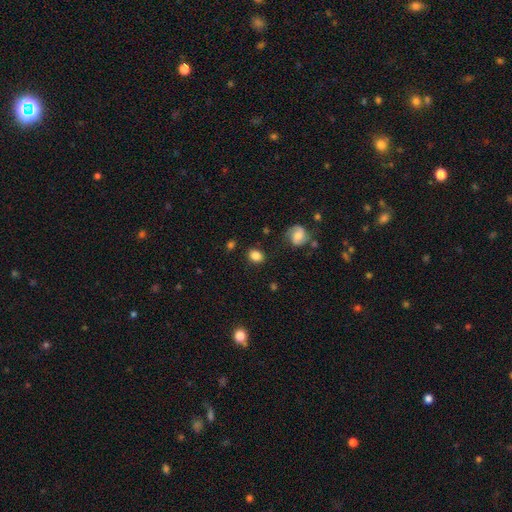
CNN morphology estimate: Q: Smooth or featured?
A: smooth (84%); runner-up: star or artifact (9%)
Q: How rounded?
A: round (51%); runner-up: in between (48%)
Q: Merging?
A: none (83%); runner-up: minor disturbance (11%)